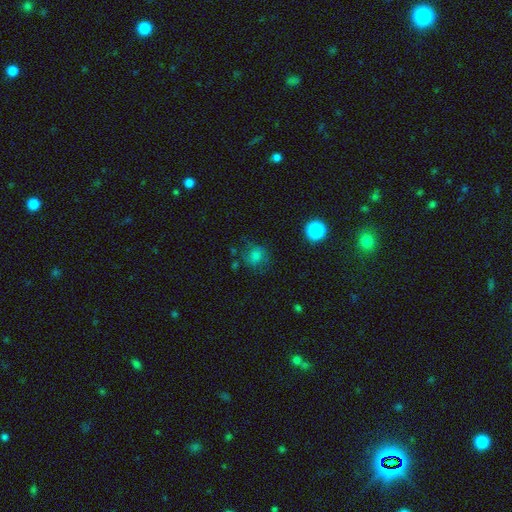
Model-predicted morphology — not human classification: smooth 67%, star or artifact 19%, featured or disk 14%. Down the decision tree: how rounded — round (80%); merging — none (65%).